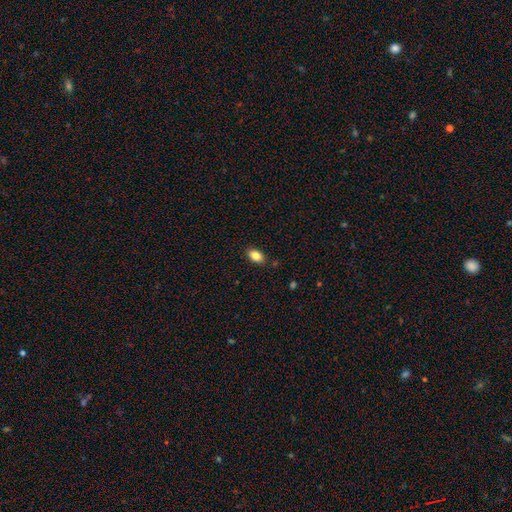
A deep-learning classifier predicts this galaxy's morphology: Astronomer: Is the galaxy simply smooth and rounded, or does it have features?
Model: smooth — 85%.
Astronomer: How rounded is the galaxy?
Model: in between — 89%.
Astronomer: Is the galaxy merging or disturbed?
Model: none — 87%.